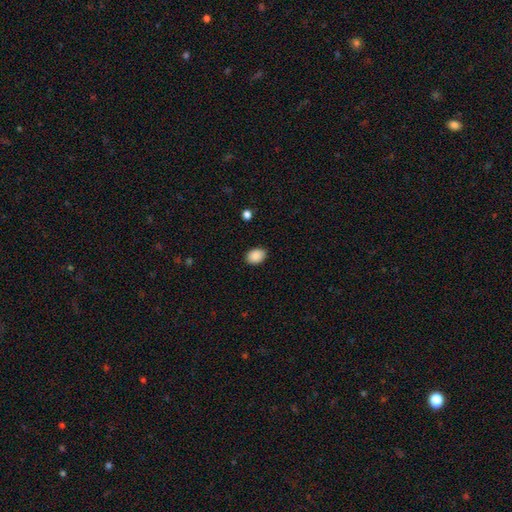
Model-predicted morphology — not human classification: This appears to be a smooth galaxy with no disk features (89%) that is in between round and cigar-shaped (72%). Merging: none (89%).